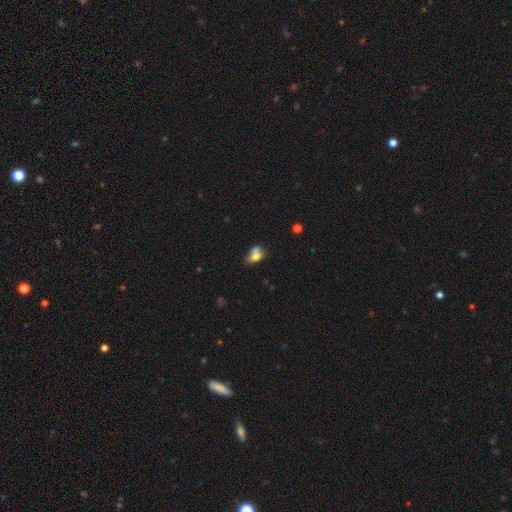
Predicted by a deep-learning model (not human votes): Smooth or featured? Predicted: smooth (p=0.67). How rounded? Predicted: in between (p=0.64). Merging? Predicted: merger (p=0.53).